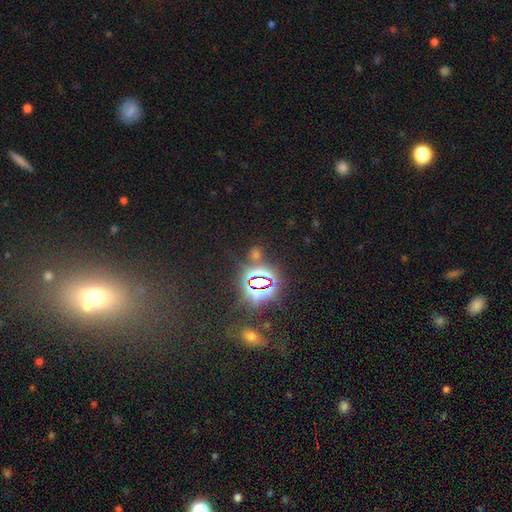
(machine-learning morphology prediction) This is likely a star or artifact rather than a galaxy (74%).